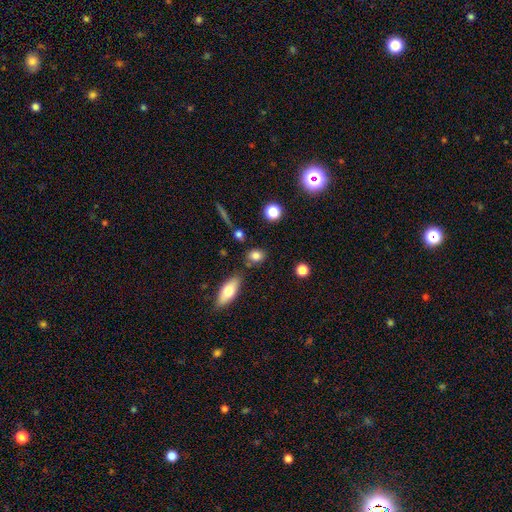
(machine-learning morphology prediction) type=smooth (82%); roundness=in between (53%); merging=none (74%).